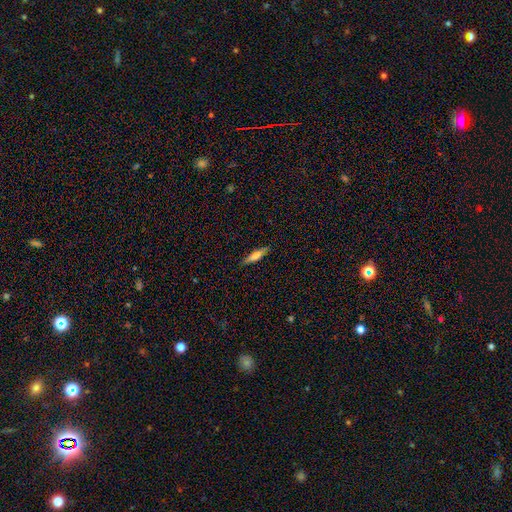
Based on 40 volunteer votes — Smooth or featured? 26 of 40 (65%) said smooth. How rounded? 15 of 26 (58%) said cigar-shaped. Merging? 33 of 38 (87%) said none.